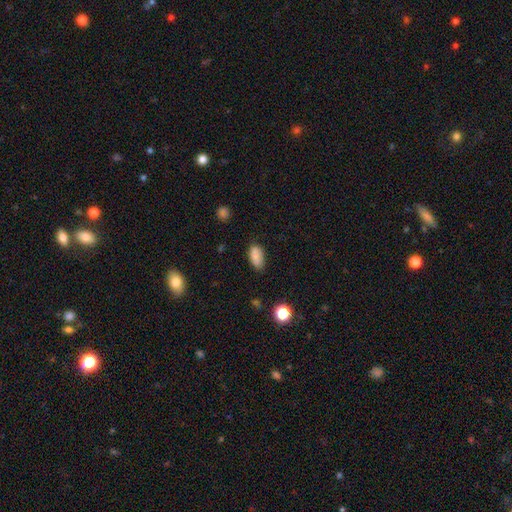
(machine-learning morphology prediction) Q: Smooth or featured?
A: smooth (85%); runner-up: star or artifact (9%)
Q: How rounded?
A: in between (90%); runner-up: cigar-shaped (6%)
Q: Merging?
A: none (76%); runner-up: minor disturbance (19%)